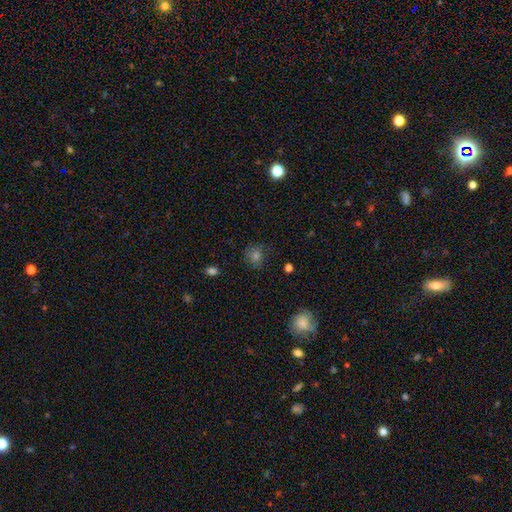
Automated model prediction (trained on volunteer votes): Smooth or featured: smooth — 63% (star or artifact — 25%)
How rounded: round — 82% (in between — 16%)
Merging: none — 79% (minor disturbance — 14%)